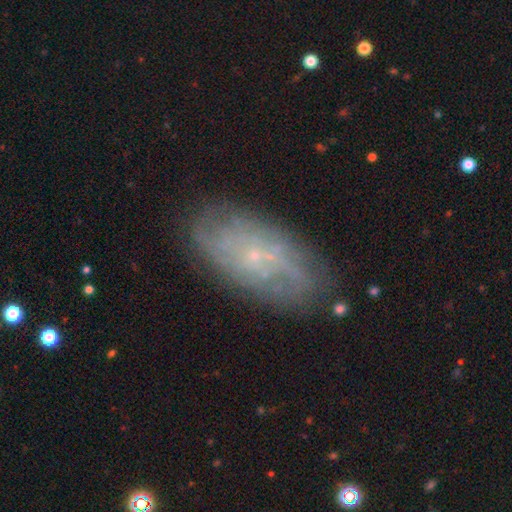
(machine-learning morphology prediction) featured or disk 64%, smooth 26%, star or artifact 9%. Down the decision tree: edge-on disk — no (90%); bar — no (76%); spiral arms — yes (72%); bulge size — small (85%); merging — none (78%).